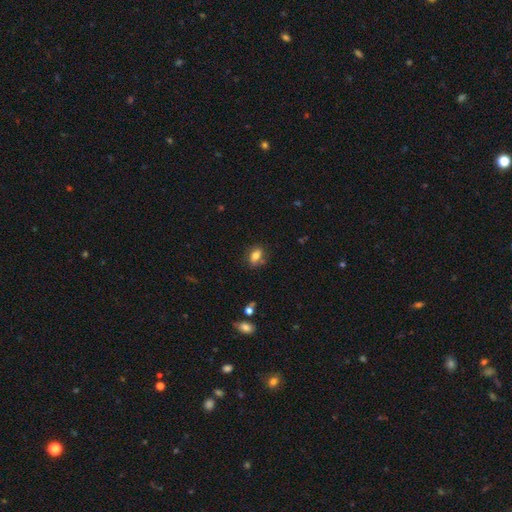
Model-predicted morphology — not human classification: smooth_or_featured: smooth (p=0.74) [alt: featured or disk p=0.16]
how_rounded: in between (p=0.75) [alt: round p=0.20]
merging: none (p=0.70) [alt: minor disturbance p=0.19]